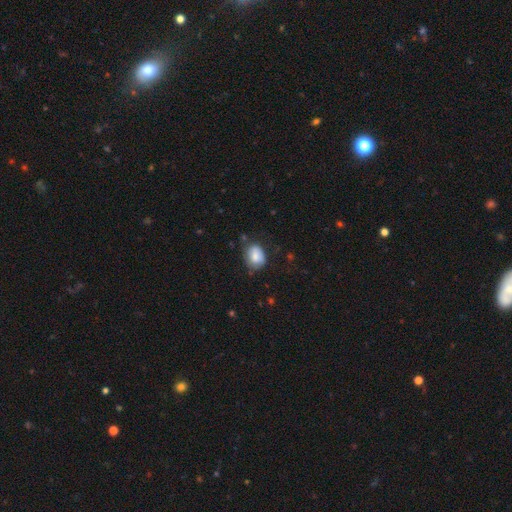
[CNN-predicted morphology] Smooth or featured? Predicted: smooth (p=0.80). How rounded? Predicted: in between (p=0.59). Merging? Predicted: none (p=0.66).